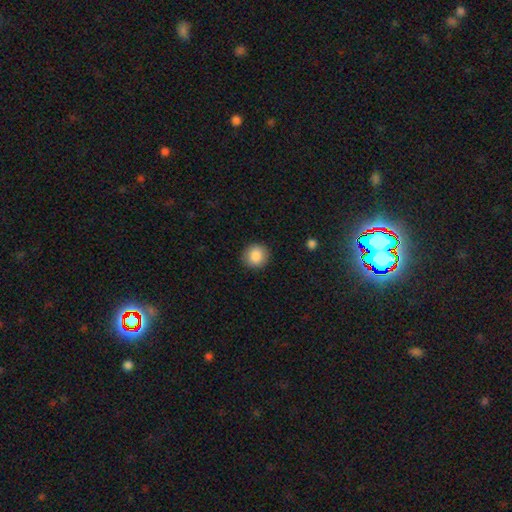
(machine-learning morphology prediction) smooth_or_featured: smooth (p=0.87) [alt: star or artifact p=0.08]
how_rounded: round (p=0.91) [alt: in between p=0.08]
merging: none (p=0.90) [alt: minor disturbance p=0.07]